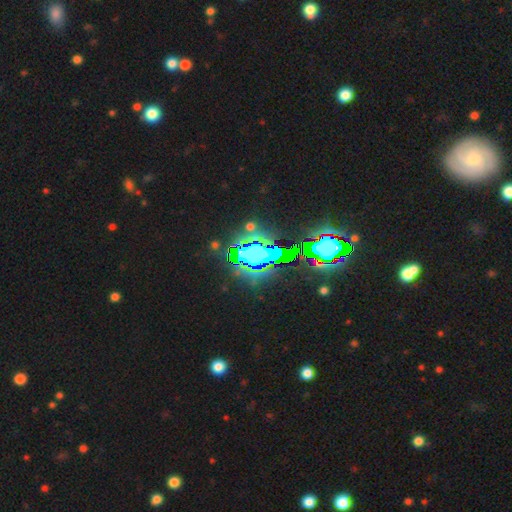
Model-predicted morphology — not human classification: A star or artifact, not a galaxy (71%).